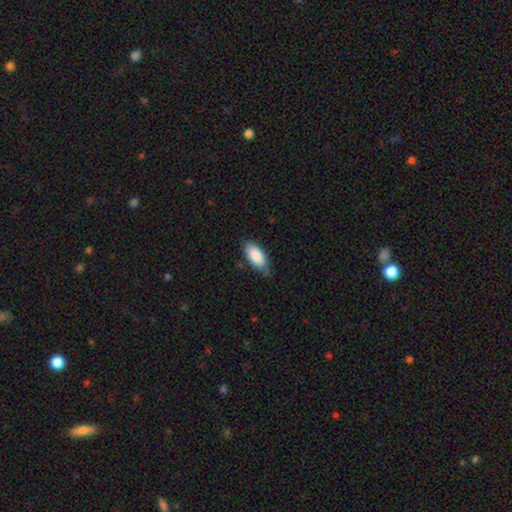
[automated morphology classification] Smooth or featured? smooth (87%)
How rounded? in between (89%)
Merging? none (64%)